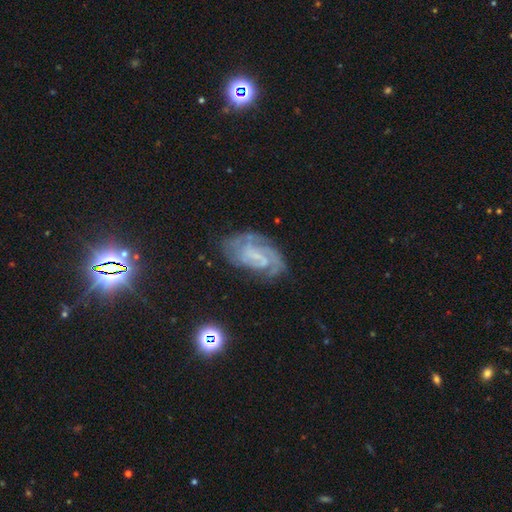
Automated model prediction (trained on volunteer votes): This appears to be a featured or disk galaxy (77%) with a weak bar (44%), 2 (39%) tight (54%) spiral arms (91%) and no central bulge (43%). Merging: none (64%).